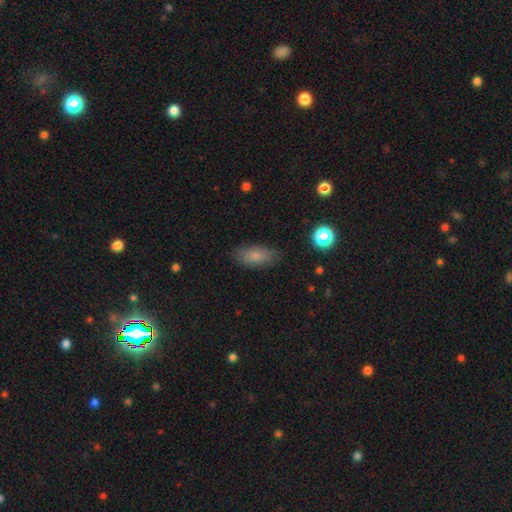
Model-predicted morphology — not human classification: smooth_or_featured: smooth (p=0.79) [alt: featured or disk p=0.11]
how_rounded: in between (p=0.82) [alt: cigar-shaped p=0.14]
merging: none (p=0.83) [alt: minor disturbance p=0.12]